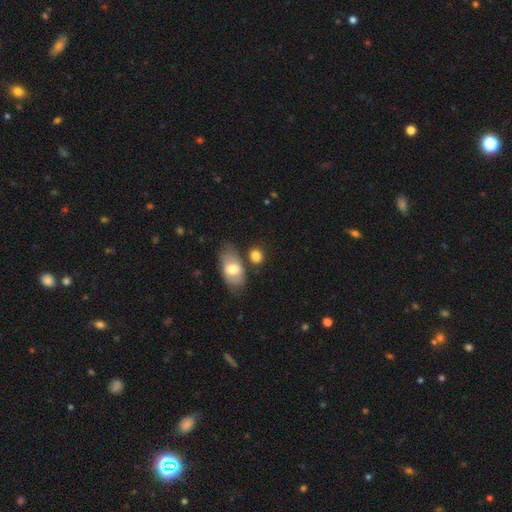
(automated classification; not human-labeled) Smooth or featured: smooth — 81% (featured or disk — 11%)
How rounded: in between — 54% (round — 43%)
Merging: none — 65% (minor disturbance — 16%)